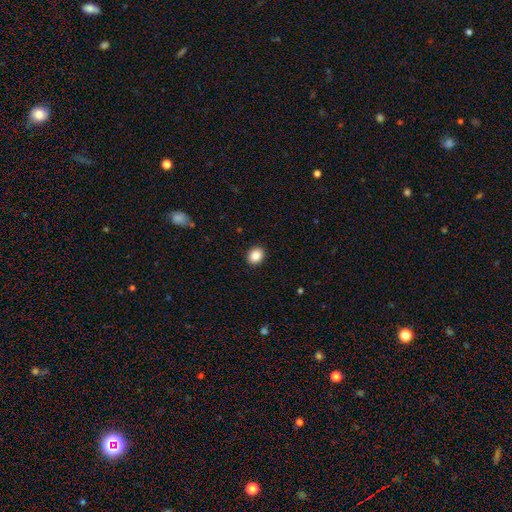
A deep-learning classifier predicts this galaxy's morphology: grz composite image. It shows a smooth galaxy with no disk features (87%) that is round (53%). Merging: none (91%).